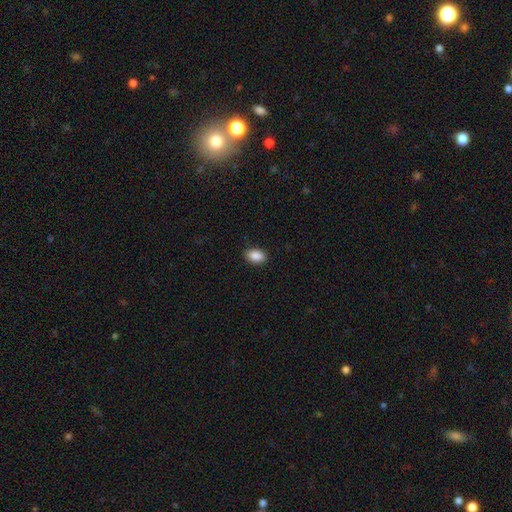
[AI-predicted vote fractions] Morphology: type=smooth (89%); roundness=in between (84%); merging=none (89%).